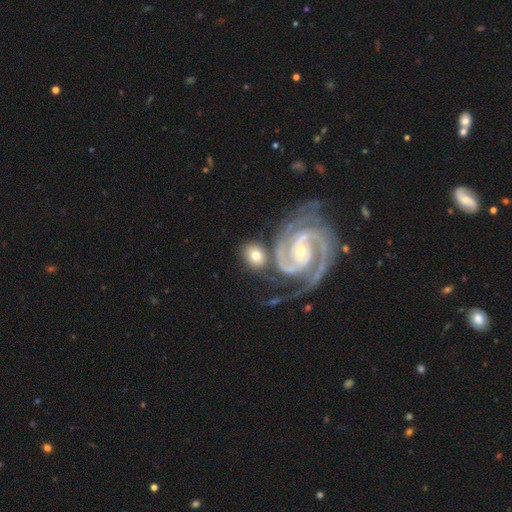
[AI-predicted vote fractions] A featured or disk galaxy (49%).

Vote fractions:
- Smooth or featured? featured or disk: 49% / smooth: 45% / star or artifact: 6%
- Merging? none: 61% / merger: 19% / minor disturbance: 14% / major disturbance: 7%